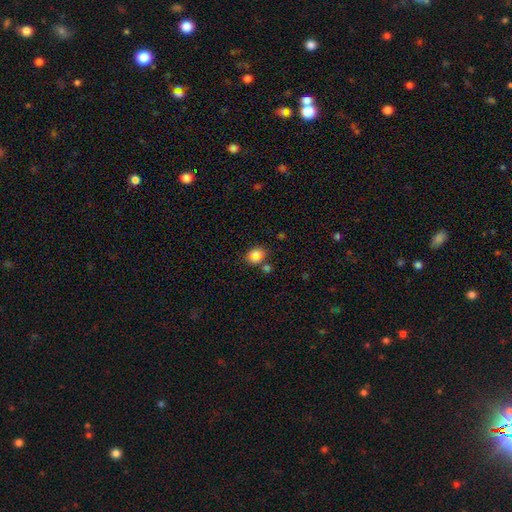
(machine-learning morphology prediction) This appears to be a smooth galaxy with no disk features (78%) that is in between round and cigar-shaped (51%). Merging: none (56%).